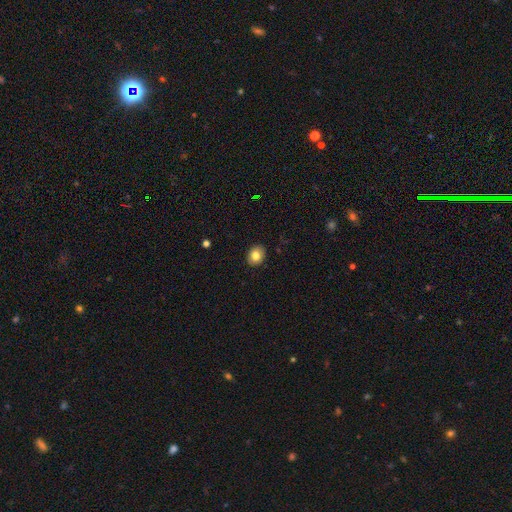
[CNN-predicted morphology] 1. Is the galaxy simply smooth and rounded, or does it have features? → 82% smooth, 9% featured or disk, 9% star or artifact.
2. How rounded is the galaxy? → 54% round, 45% in between, 1% cigar-shaped.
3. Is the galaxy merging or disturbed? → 90% none, 8% minor disturbance, 2% major disturbance, 1% merger.